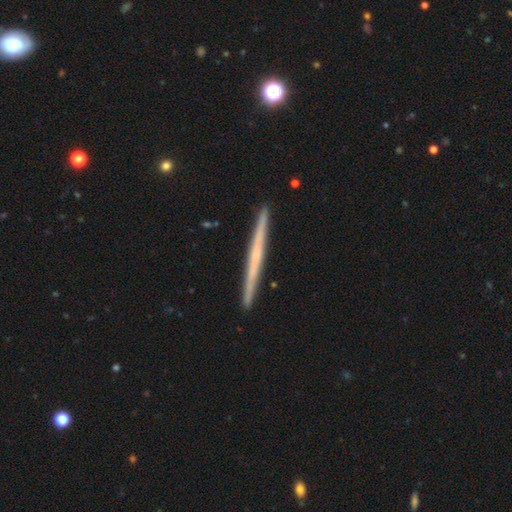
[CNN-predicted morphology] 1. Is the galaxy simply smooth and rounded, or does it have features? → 63% featured or disk, 31% smooth, 6% star or artifact.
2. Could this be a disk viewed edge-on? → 98% yes, 2% no.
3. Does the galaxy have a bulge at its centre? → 73% none, 21% rounded, 5% boxy.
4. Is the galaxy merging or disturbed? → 92% none, 5% minor disturbance, 1% merger, 1% major disturbance.